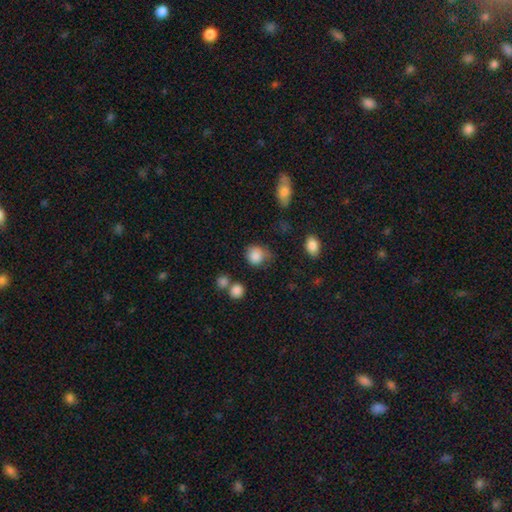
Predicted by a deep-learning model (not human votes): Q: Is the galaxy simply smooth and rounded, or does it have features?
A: smooth — 85%.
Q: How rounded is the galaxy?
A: round — 74%.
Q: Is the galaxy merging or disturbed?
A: none — 55%.